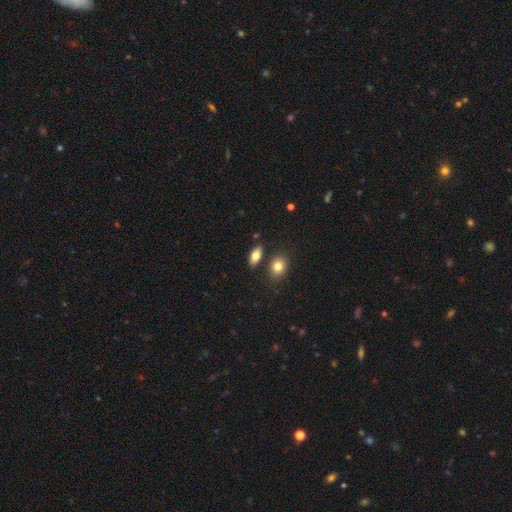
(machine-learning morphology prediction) smooth-or-featured: smooth: 79% | featured or disk: 12% | star or artifact: 8%
  how-rounded: in between: 87% | round: 7% | cigar-shaped: 6%
  merging: none: 78% | minor disturbance: 10% | merger: 9% | major disturbance: 3%